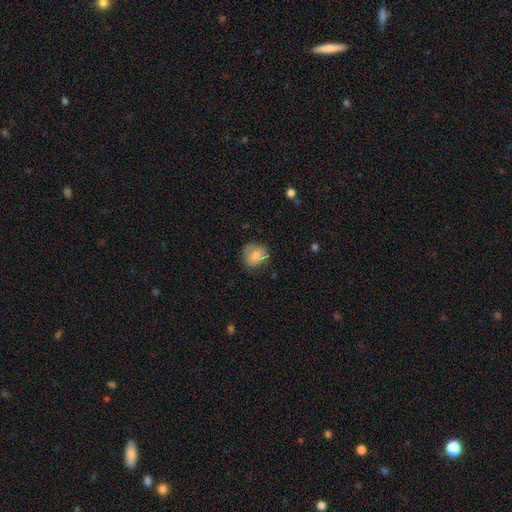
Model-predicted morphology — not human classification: This is likely a smooth galaxy (73%). How rounded: likely round (70%). Merging: likely none (66%).